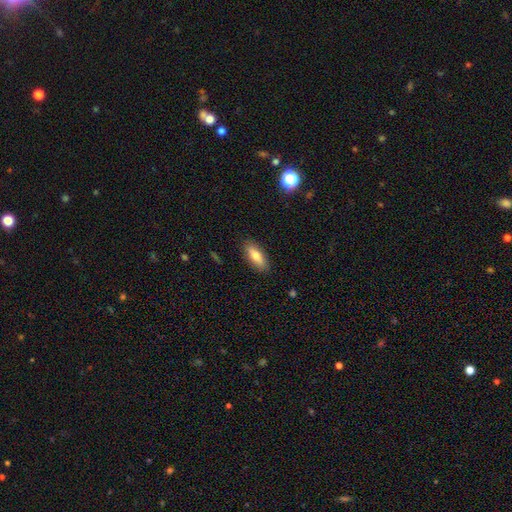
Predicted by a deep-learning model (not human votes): The model was most divided on "how rounded": in between: 66%, cigar-shaped: 31%, round: 2%. More confident: merging — none (87%); smooth or featured — smooth (76%).